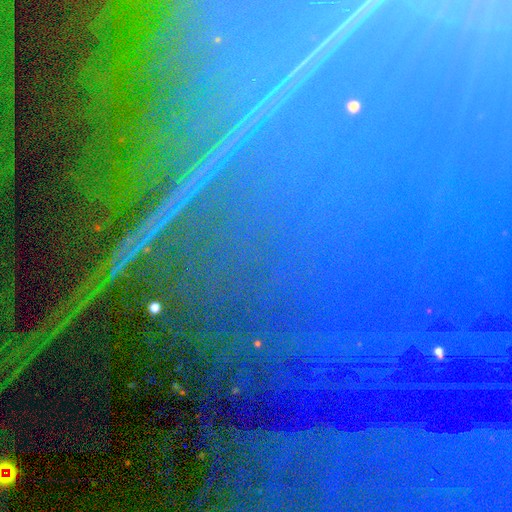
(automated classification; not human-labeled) Smooth or featured?
  - star or artifact: 86% *
  - featured or disk: 8%
  - smooth: 6%